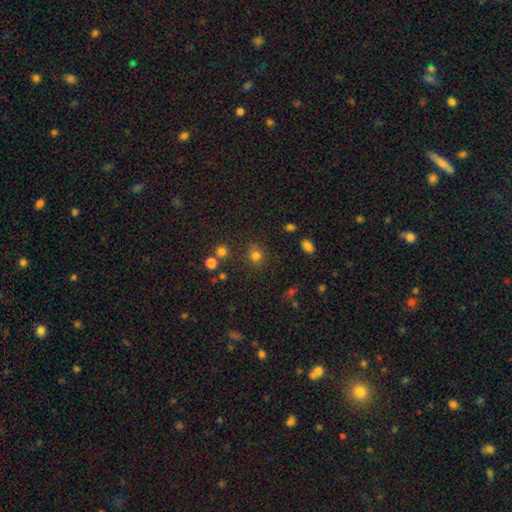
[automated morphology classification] smooth_or_featured: smooth (p=0.77) [alt: star or artifact p=0.16]
how_rounded: round (p=0.85) [alt: in between p=0.15]
merging: none (p=0.80) [alt: minor disturbance p=0.11]